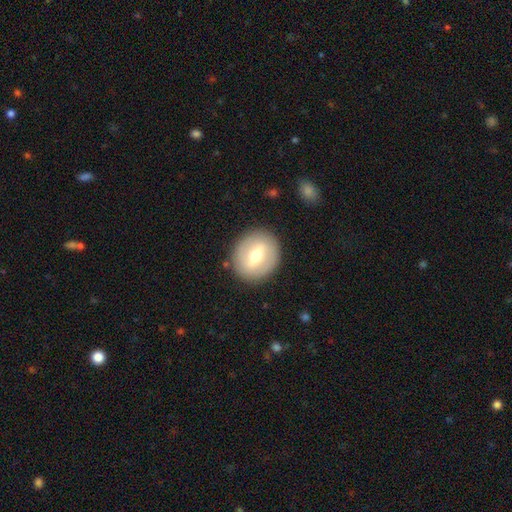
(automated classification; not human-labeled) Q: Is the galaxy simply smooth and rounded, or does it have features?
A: smooth — 48%.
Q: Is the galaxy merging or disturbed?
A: none — 87%.